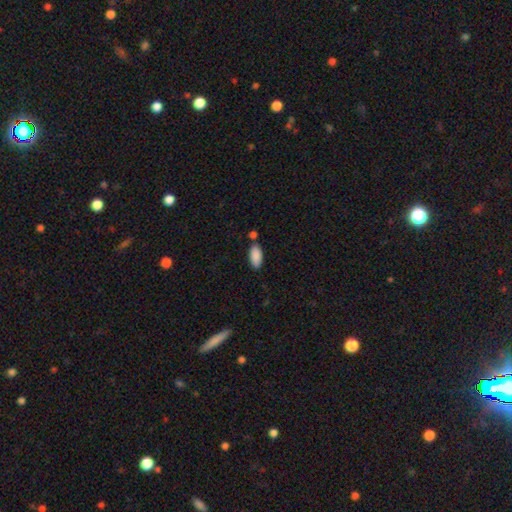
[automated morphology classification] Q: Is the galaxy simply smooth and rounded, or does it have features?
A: smooth — 89%.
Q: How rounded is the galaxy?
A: in between — 87%.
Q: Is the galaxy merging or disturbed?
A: none — 74%.